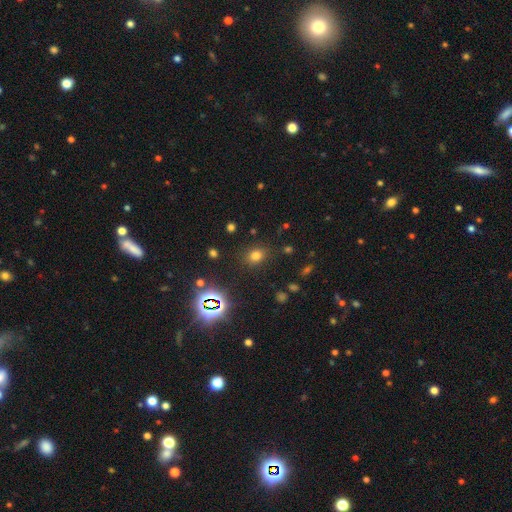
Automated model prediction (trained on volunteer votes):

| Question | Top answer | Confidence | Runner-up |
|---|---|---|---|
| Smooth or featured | smooth | 70% | star or artifact (23%) |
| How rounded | round | 56% | in between (43%) |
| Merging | none | 82% | minor disturbance (11%) |